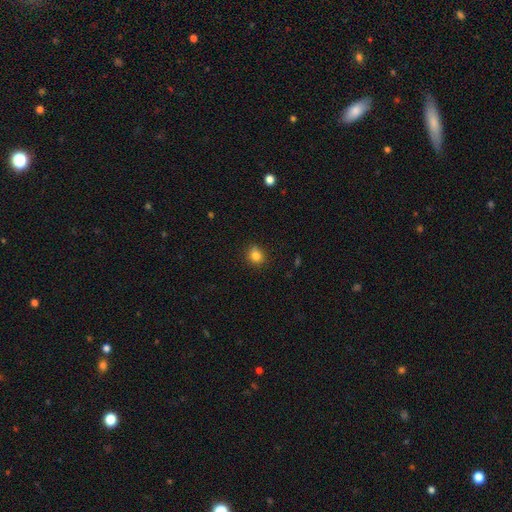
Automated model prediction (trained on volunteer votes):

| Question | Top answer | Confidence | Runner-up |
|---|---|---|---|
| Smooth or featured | smooth | 83% | star or artifact (12%) |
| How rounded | round | 73% | in between (26%) |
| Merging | none | 83% | minor disturbance (13%) |